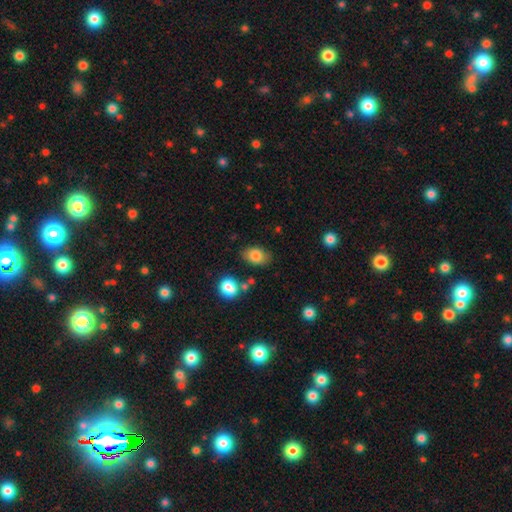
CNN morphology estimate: smooth_or_featured: smooth (p=0.82) [alt: featured or disk p=0.09]
how_rounded: in between (p=0.82) [alt: round p=0.17]
merging: none (p=0.75) [alt: minor disturbance p=0.16]